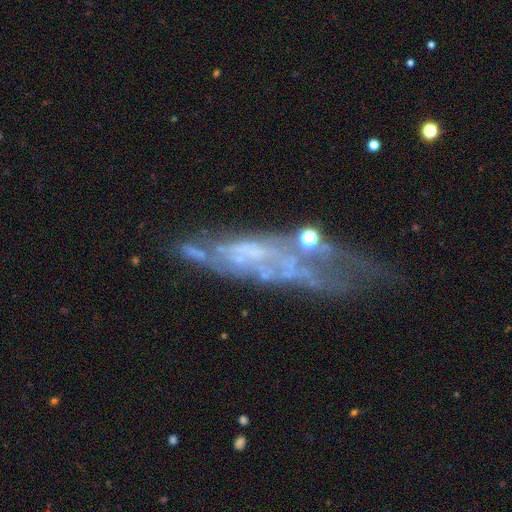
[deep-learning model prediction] Overall: featured or disk (70%). Edge-on disk: no (69%; yes 31%). Merging: none (42%; major disturbance 24%).